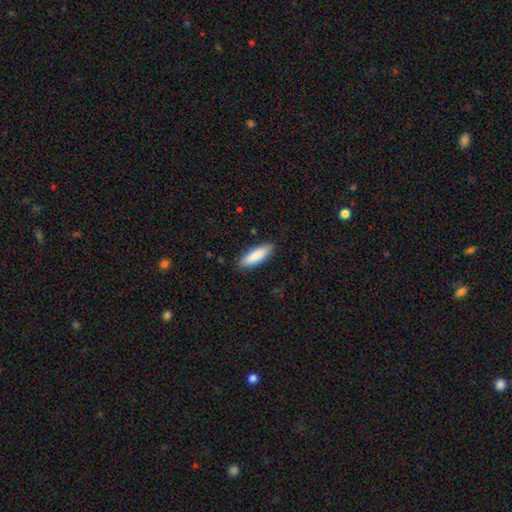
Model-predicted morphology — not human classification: This is clearly a smooth galaxy (87%). How rounded: possibly in between (51%). Merging: clearly none (87%).